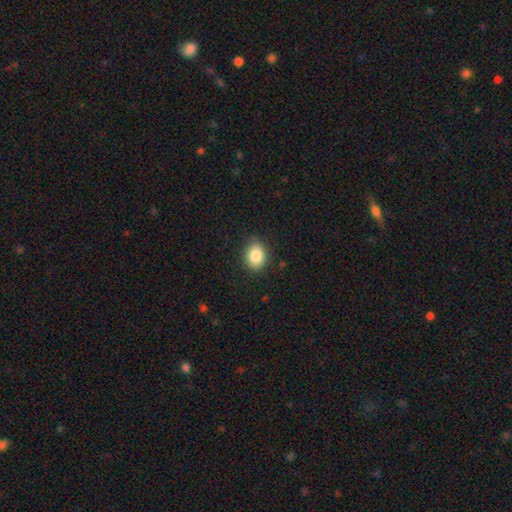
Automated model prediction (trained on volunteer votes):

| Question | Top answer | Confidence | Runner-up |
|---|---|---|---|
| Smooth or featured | smooth | 85% | star or artifact (9%) |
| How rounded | in between | 57% | round (42%) |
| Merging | none | 84% | minor disturbance (13%) |